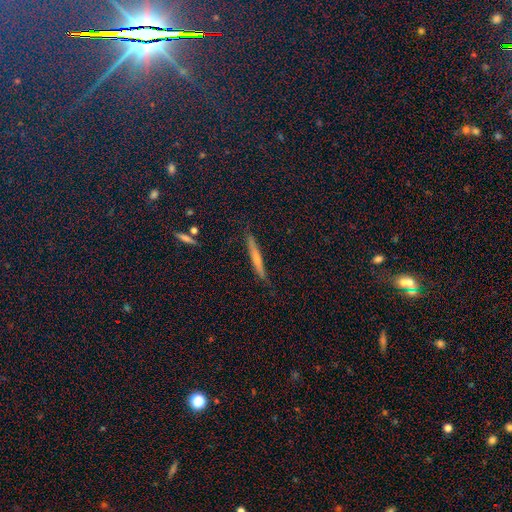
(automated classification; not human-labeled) The model was most divided on "smooth or featured": smooth: 48%, featured or disk: 36%, star or artifact: 16%. More confident: merging — none (86%).